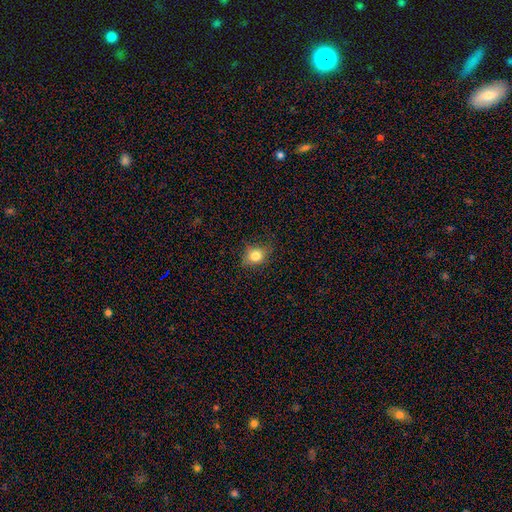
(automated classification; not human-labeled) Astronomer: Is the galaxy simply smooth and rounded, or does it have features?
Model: smooth — 81%.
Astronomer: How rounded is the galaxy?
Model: round — 58% (runner-up: in between, 40%).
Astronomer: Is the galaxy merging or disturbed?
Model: none — 77%.